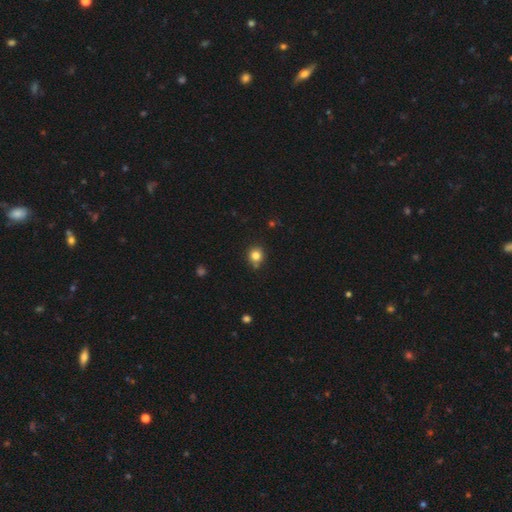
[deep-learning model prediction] A smooth galaxy with no disk features (82%) that is round (85%). Merging: none (77%).